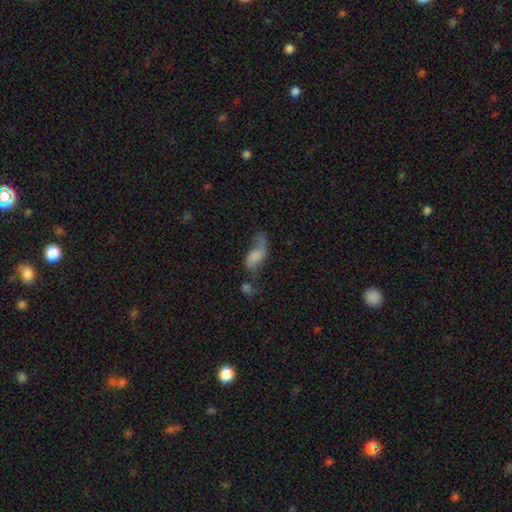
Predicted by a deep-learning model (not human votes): Smooth or featured?
  - smooth: 58% *
  - featured or disk: 32%
  - star or artifact: 10%
How rounded?
  - in between: 85% *
  - cigar-shaped: 11%
  - round: 4%
Merging?
  - none: 31% *
  - major disturbance: 29%
  - minor disturbance: 26%
  - merger: 14%